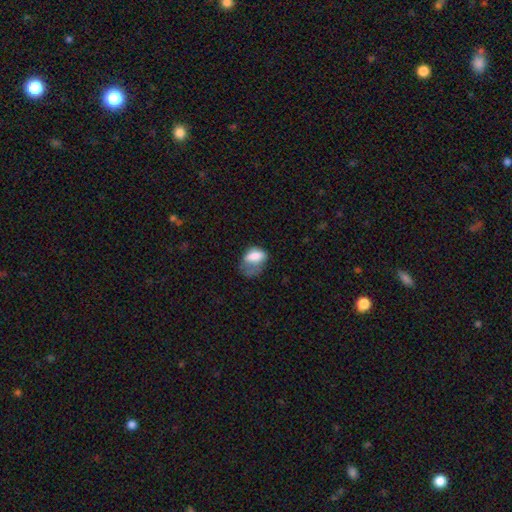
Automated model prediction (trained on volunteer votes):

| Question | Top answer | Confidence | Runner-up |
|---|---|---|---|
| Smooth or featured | smooth | 70% | featured or disk (20%) |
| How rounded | in between | 81% | round (16%) |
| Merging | major disturbance | 45% | minor disturbance (29%) |